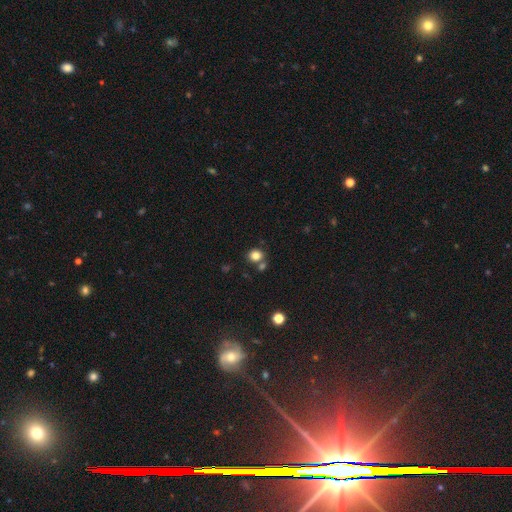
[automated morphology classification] smooth-or-featured: smooth: 82% | star or artifact: 12% | featured or disk: 6%
  how-rounded: round: 73% | in between: 26% | cigar-shaped: 1%
  merging: none: 68% | merger: 19% | minor disturbance: 10% | major disturbance: 3%